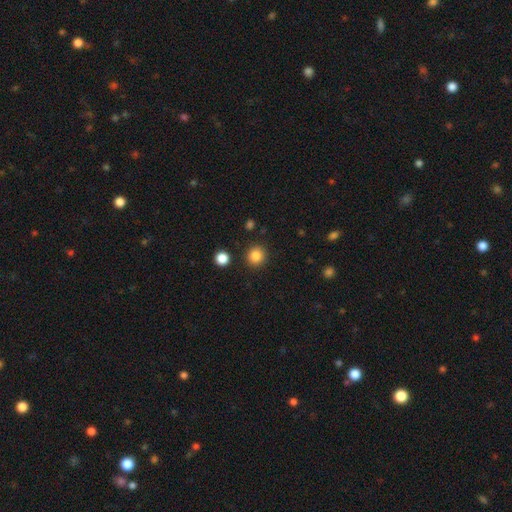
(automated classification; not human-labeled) This is clearly a smooth galaxy (85%). How rounded: clearly round (93%). Merging: clearly none (91%).